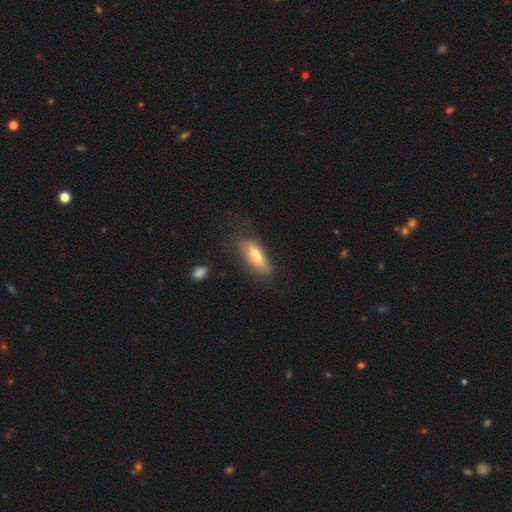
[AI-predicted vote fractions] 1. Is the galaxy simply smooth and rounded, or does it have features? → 72% smooth, 21% featured or disk, 7% star or artifact.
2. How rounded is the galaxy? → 66% in between, 32% cigar-shaped, 2% round.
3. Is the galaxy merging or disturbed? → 66% none, 23% minor disturbance, 9% major disturbance, 2% merger.